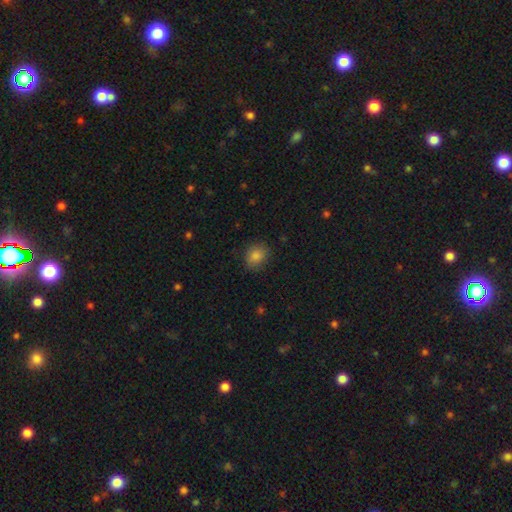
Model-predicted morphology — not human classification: This appears to be a smooth galaxy with no disk features (85%) that is round (60%). Merging: none (83%).